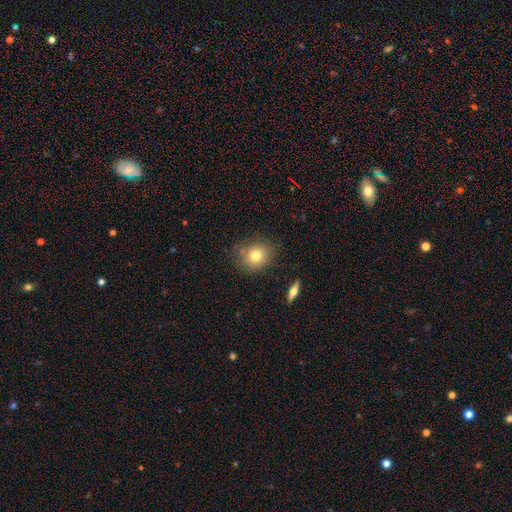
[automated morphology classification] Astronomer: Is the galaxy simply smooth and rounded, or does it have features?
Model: smooth — 77%.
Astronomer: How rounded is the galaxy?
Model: round — 72%.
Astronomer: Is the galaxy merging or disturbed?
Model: none — 77%.